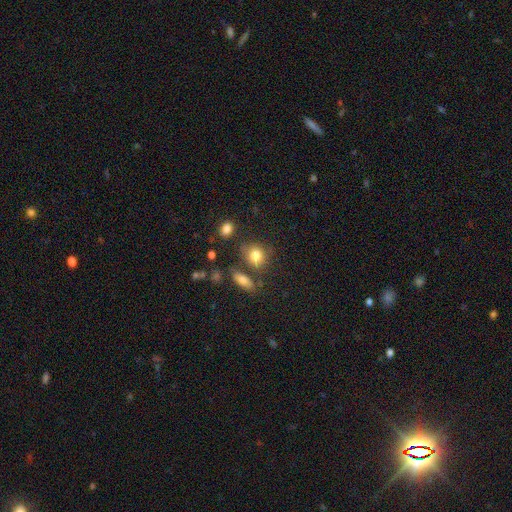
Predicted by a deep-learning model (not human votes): smooth-or-featured: smooth: 81% | star or artifact: 10% | featured or disk: 9%
  how-rounded: round: 54% | in between: 44% | cigar-shaped: 2%
  merging: none: 63% | minor disturbance: 18% | merger: 13% | major disturbance: 6%